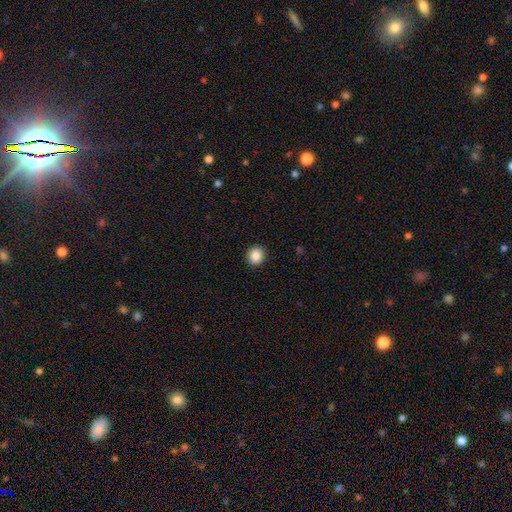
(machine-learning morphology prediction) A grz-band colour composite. It shows a smooth galaxy with no disk features (88%) that is round (86%). Merging: none (92%).